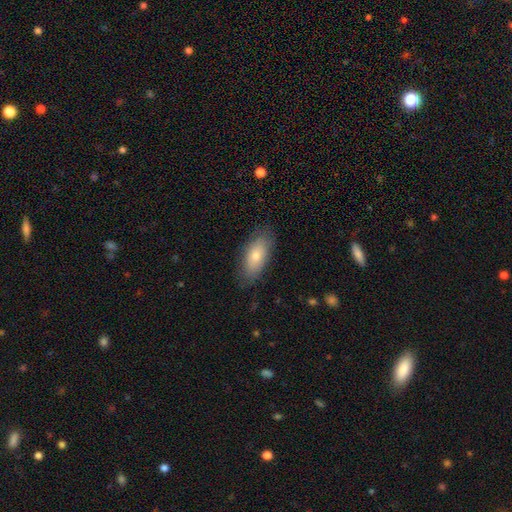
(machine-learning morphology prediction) A smooth galaxy with no disk features (72%) that is in between round and cigar-shaped (87%). Merging: none (82%).